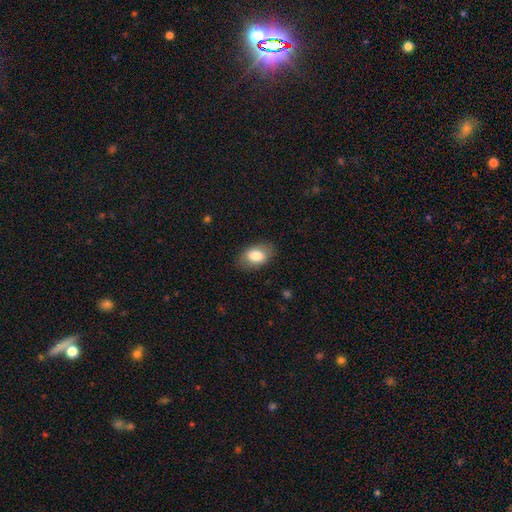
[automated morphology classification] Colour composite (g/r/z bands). It shows a smooth galaxy with no disk features (79%) that is in between round and cigar-shaped (89%). Merging: none (83%).